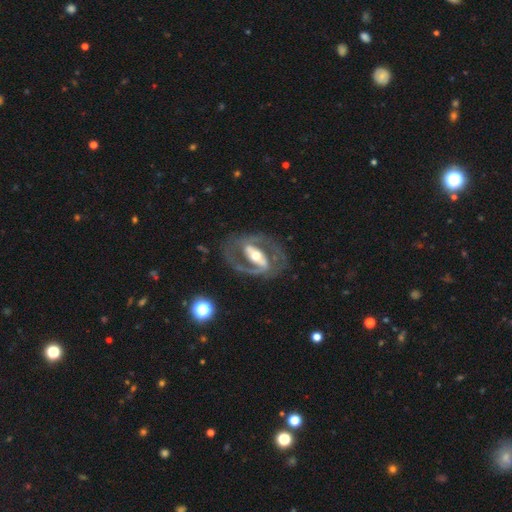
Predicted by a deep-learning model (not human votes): This is clearly a featured or disk galaxy (87%). It is clearly not viewed edge-on (94%). Bar: likely strong (62%). Spiral arm pattern: clearly yes (83%). Spiral arm count: clearly 2 (87%). Spiral winding: possibly medium (53%). Central bulge: likely moderate (67%). Merging: likely none (74%).